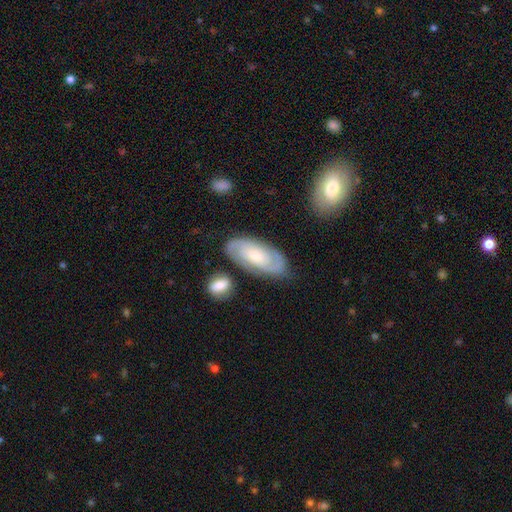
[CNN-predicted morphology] smooth_or_featured: featured or disk (p=0.72) [alt: smooth p=0.22]
disk_edge_on: no (p=0.94) [alt: yes p=0.06]
bar: no (p=0.57) [alt: weak p=0.35]
has_spiral_arms: yes (p=0.93) [alt: no p=0.07]
spiral_winding: tight (p=0.59) [alt: medium p=0.33]
spiral_arm_count: 2 (p=0.73) [alt: can't tell p=0.16]
bulge_size: moderate (p=0.46) [alt: small p=0.38]
merging: none (p=0.78) [alt: minor disturbance p=0.13]